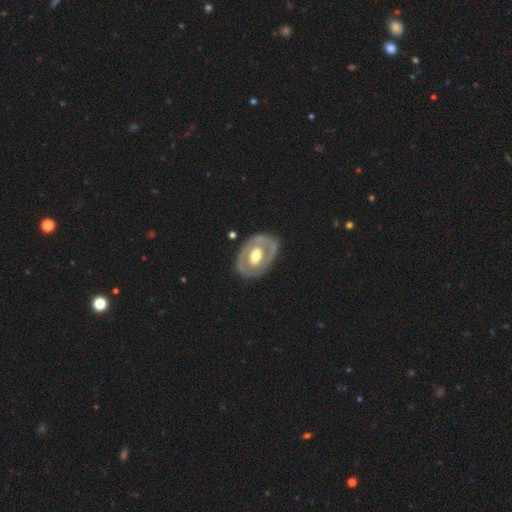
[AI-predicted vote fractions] Smooth or featured: featured or disk — 70% (smooth — 26%)
Edge-on disk: no — 94% (yes — 6%)
Bar: no — 59% (weak — 27%)
Spiral arms: no — 64% (yes — 36%)
Bulge size: moderate — 63% (large — 27%)
Merging: none — 78% (minor disturbance — 15%)